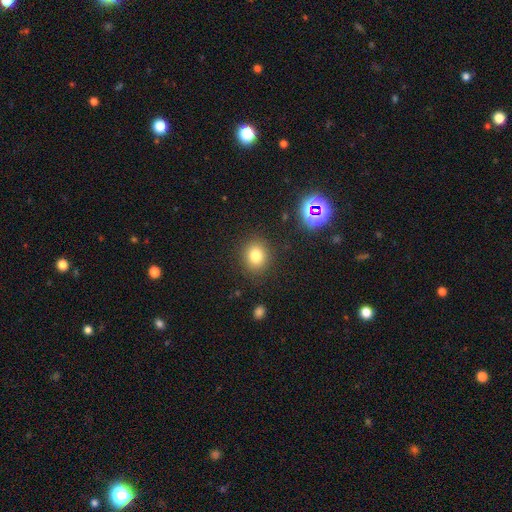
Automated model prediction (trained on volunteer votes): smooth-or-featured: smooth: 78% | star or artifact: 14% | featured or disk: 7%
  how-rounded: round: 72% | in between: 27% | cigar-shaped: 1%
  merging: none: 87% | minor disturbance: 8% | major disturbance: 3% | merger: 2%